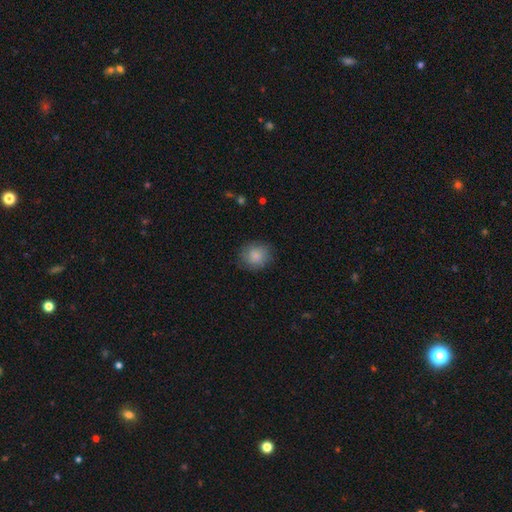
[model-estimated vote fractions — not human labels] smooth-or-featured: smooth: 85% | star or artifact: 7% | featured or disk: 7%
  how-rounded: round: 80% | in between: 19% | cigar-shaped: 1%
  merging: none: 83% | minor disturbance: 12% | major disturbance: 4% | merger: 1%